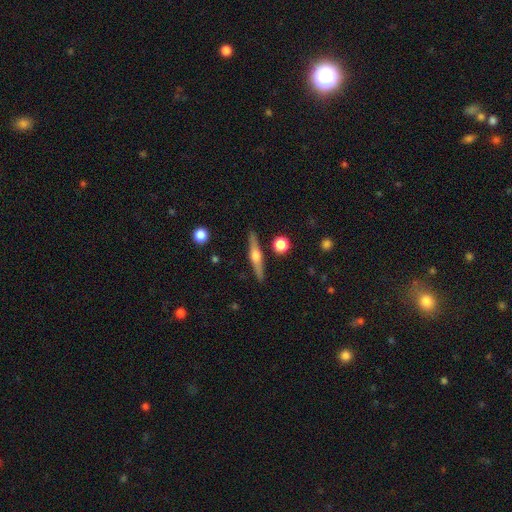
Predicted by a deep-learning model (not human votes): Smooth or featured?
  - featured or disk: 70% *
  - smooth: 24%
  - star or artifact: 6%
Edge-on disk?
  - yes: 97% *
  - no: 3%
Edge-on bulge?
  - rounded: 93% *
  - boxy: 4%
  - none: 3%
Merging?
  - none: 89% *
  - minor disturbance: 7%
  - merger: 2%
  - major disturbance: 2%